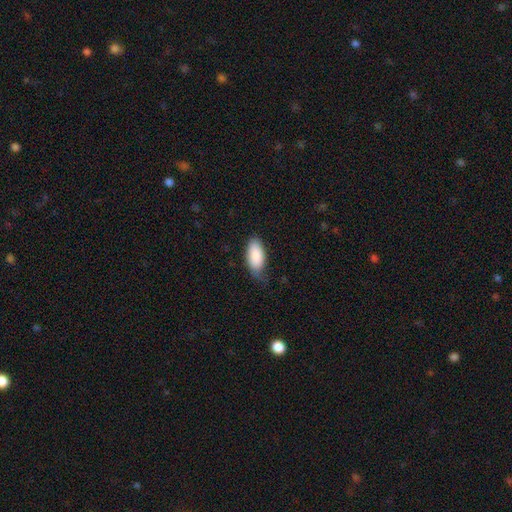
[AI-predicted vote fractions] smooth-or-featured: smooth: 87% | featured or disk: 7% | star or artifact: 6%
  how-rounded: in between: 92% | cigar-shaped: 6% | round: 2%
  merging: none: 60% | minor disturbance: 32% | major disturbance: 6% | merger: 1%